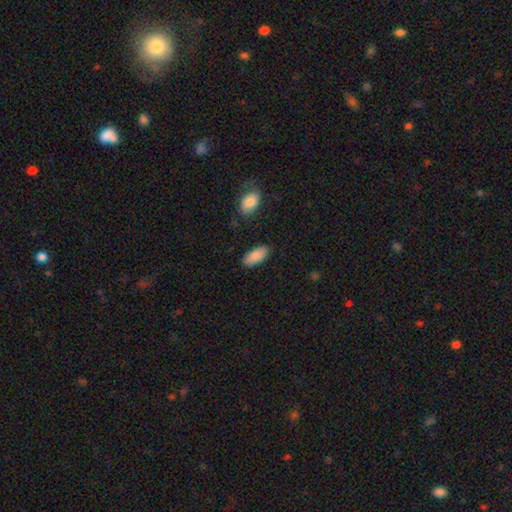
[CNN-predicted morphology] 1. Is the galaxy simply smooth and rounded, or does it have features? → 88% smooth, 6% star or artifact, 6% featured or disk.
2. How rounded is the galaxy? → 89% in between, 9% cigar-shaped, 2% round.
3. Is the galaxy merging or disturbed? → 85% none, 10% minor disturbance, 3% major disturbance, 2% merger.